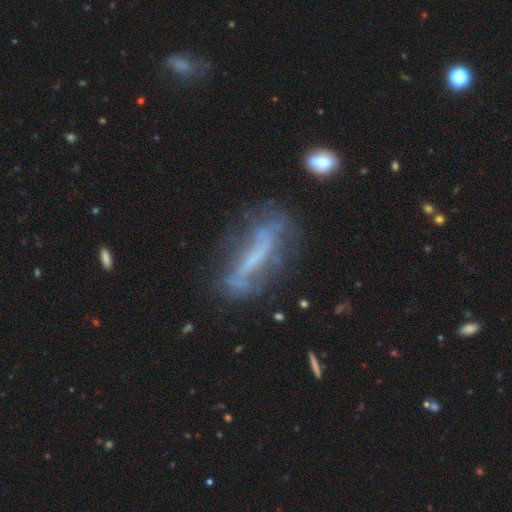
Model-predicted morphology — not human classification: smooth-or-featured: featured or disk: 64% | smooth: 24% | star or artifact: 12%
  disk-edge-on: no: 62% | yes: 38%
  merging: none: 56% | minor disturbance: 23% | major disturbance: 16% | merger: 5%